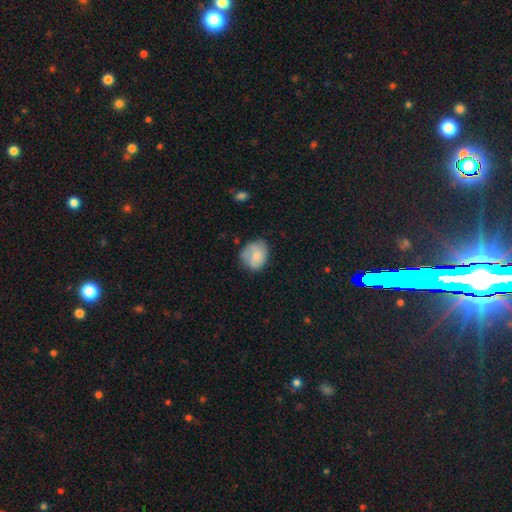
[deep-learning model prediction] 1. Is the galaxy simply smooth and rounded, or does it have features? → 67% smooth, 26% featured or disk, 7% star or artifact.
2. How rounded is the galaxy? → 57% round, 42% in between, 1% cigar-shaped.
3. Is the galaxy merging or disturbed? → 56% none, 30% minor disturbance, 11% major disturbance, 3% merger.